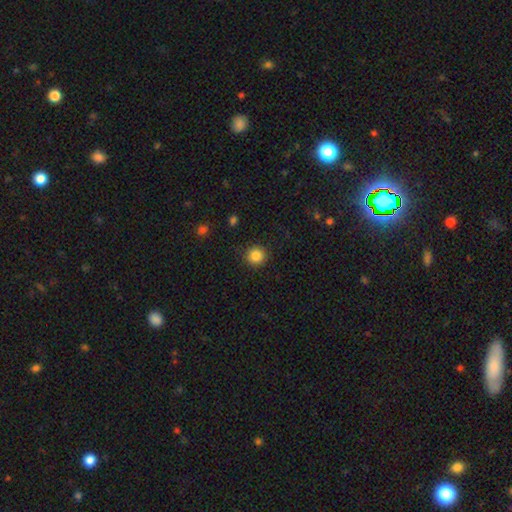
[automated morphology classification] Overall: smooth (85%). How rounded: round (94%). Merging: none (91%).